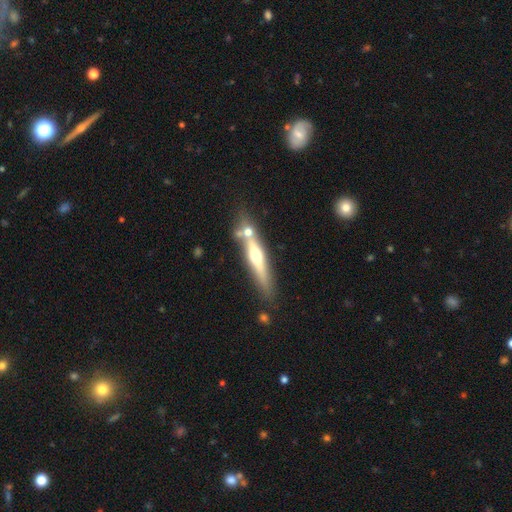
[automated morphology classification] smooth-or-featured: featured or disk: 61% | smooth: 32% | star or artifact: 7%
  disk-edge-on: yes: 93% | no: 7%
    edge-on-bulge: rounded: 91% | none: 5% | boxy: 4%
  merging: none: 70% | merger: 15% | minor disturbance: 12% | major disturbance: 4%